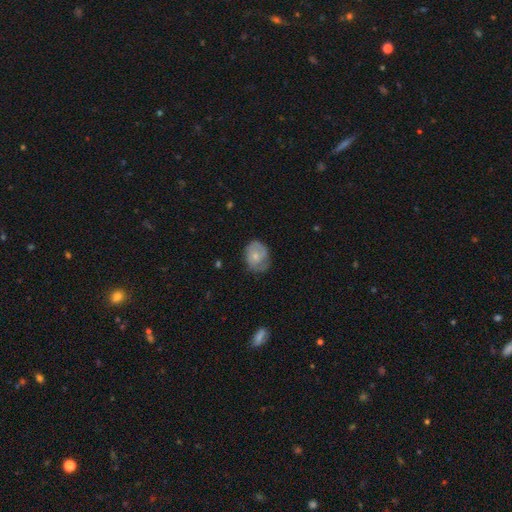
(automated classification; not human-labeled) Morphology: type=smooth (49%); merging=none (59%).